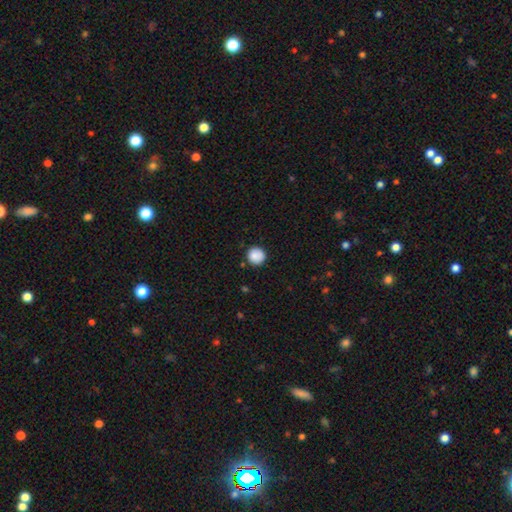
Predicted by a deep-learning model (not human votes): This is clearly a smooth galaxy (87%). How rounded: clearly round (94%). Merging: clearly none (87%).